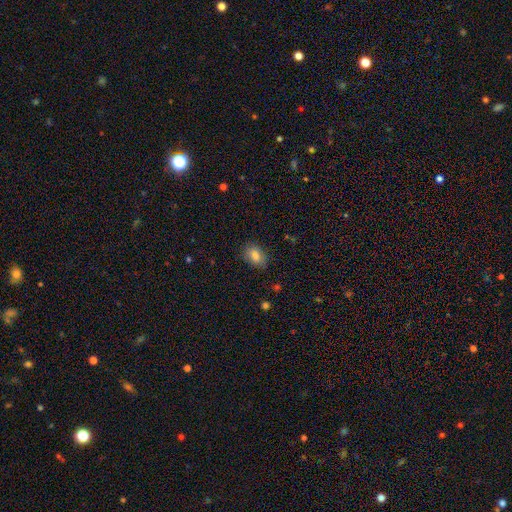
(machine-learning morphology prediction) Smooth or featured? Predicted: smooth (p=0.82). How rounded? Predicted: in between (p=0.79). Merging? Predicted: none (p=0.83).